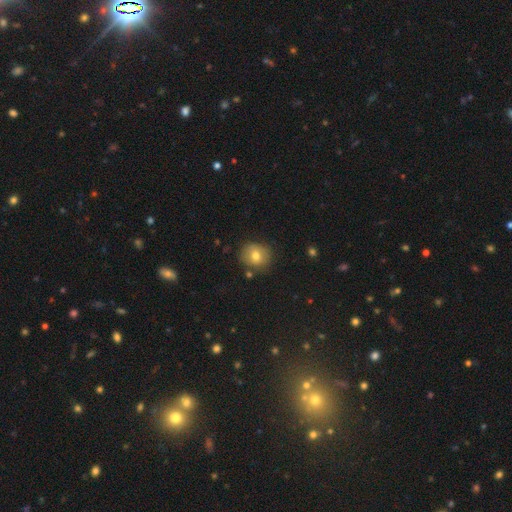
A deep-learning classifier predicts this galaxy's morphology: smooth 73%, featured or disk 17%, star or artifact 10%. Down the decision tree: how rounded — round (79%); merging — none (77%).